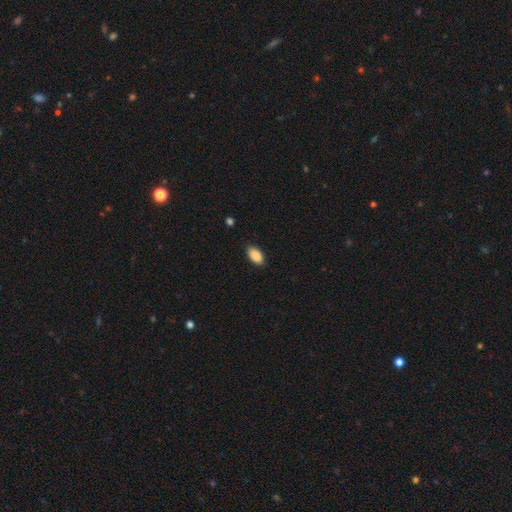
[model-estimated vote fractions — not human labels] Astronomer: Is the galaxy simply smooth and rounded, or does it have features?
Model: smooth — 88%.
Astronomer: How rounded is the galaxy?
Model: in between — 94%.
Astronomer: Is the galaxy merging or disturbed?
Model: none — 88%.